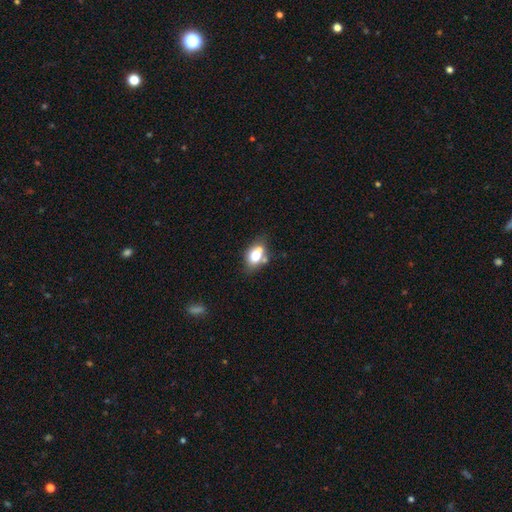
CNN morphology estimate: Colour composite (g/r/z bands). It shows a smooth galaxy with no disk features (73%) that is in between round and cigar-shaped (78%). Merging: none (52%).